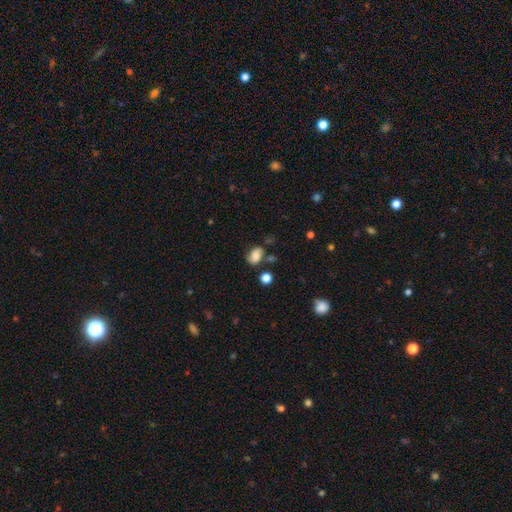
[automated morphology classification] A smooth galaxy with no disk features (70%) that is in between round and cigar-shaped (78%).

Vote fractions:
- Smooth or featured? smooth: 70% / featured or disk: 19% / star or artifact: 11%
- How rounded? in between: 78% / round: 21% / cigar-shaped: 2%
- Merging? none: 58% / minor disturbance: 24% / merger: 10% / major disturbance: 8%